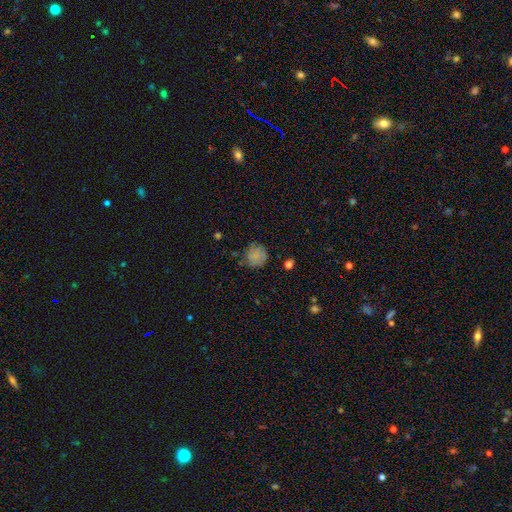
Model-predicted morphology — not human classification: Smooth or featured: smooth — 79% (star or artifact — 11%)
How rounded: round — 89% (in between — 10%)
Merging: none — 75% (minor disturbance — 17%)